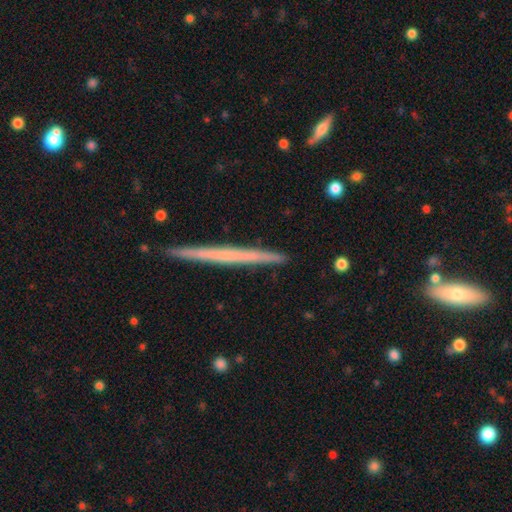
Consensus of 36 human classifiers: Morphology: type=smooth (58%); roundness=cigar-shaped (95%); merging=none (91%).